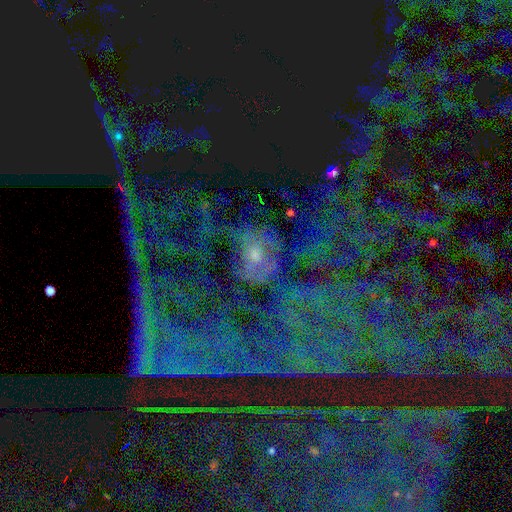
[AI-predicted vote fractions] Overall: star or artifact (59%; featured or disk 22%).